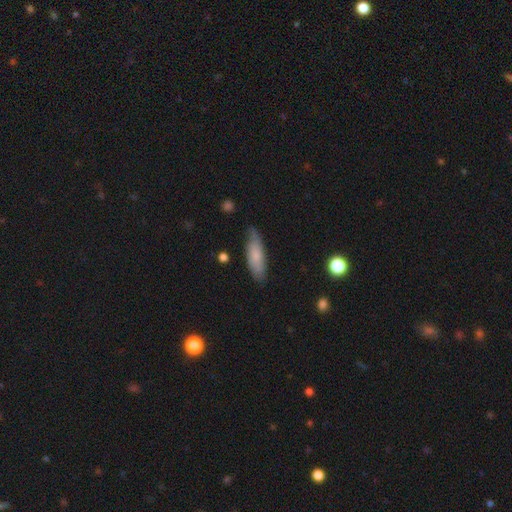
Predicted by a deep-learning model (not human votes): This is likely a smooth galaxy (68%). How rounded: possibly in between (55%). Merging: likely none (72%).